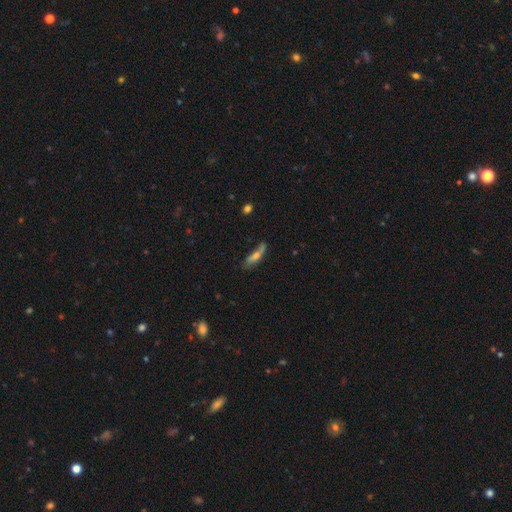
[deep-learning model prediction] Q: Smooth or featured?
A: smooth (59%); runner-up: featured or disk (31%)
Q: How rounded?
A: cigar-shaped (67%); runner-up: in between (30%)
Q: Merging?
A: none (49%); runner-up: minor disturbance (29%)